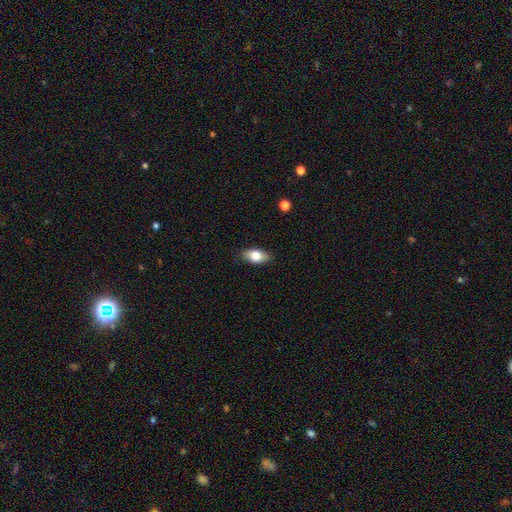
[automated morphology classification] This appears to be a smooth galaxy with no disk features (78%) that is in between round and cigar-shaped (89%). Merging: none (86%).